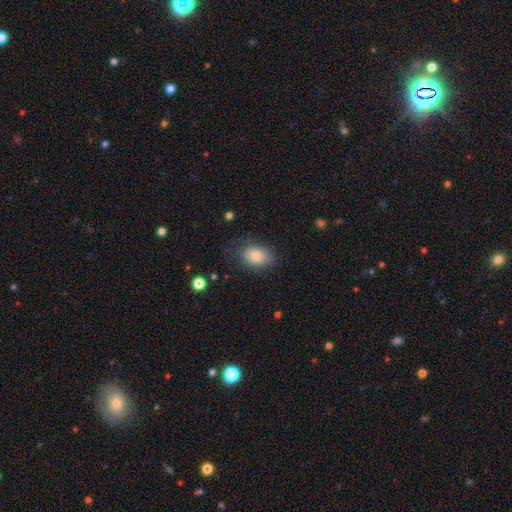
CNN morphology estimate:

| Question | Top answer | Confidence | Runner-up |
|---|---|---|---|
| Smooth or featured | smooth | 80% | featured or disk (11%) |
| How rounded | in between | 75% | round (24%) |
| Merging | none | 71% | minor disturbance (20%) |